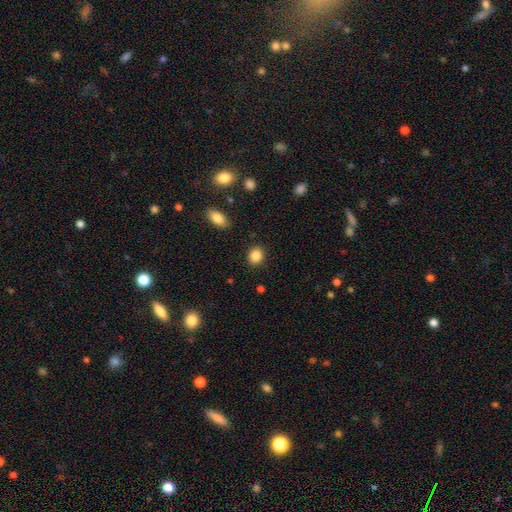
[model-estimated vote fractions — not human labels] This appears to be a smooth galaxy with no disk features (87%) that is round (73%). Merging: none (90%).